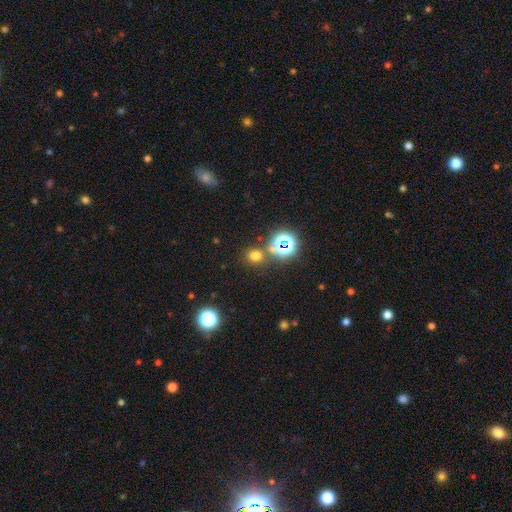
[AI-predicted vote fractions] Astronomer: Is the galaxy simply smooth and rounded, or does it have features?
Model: smooth — 65%.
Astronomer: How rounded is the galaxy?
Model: round — 73%.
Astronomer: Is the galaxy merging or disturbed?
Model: none — 77%.